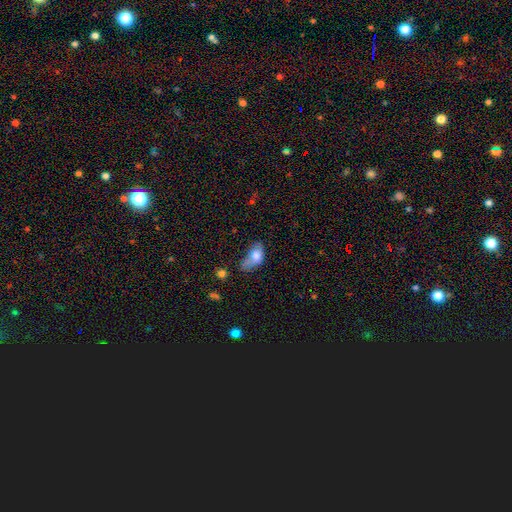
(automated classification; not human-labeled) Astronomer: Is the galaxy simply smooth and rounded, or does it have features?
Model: smooth — 73%.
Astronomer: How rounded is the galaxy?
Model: in between — 85%.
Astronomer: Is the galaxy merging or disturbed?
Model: minor disturbance — 32%, tied with major disturbance at 32%.